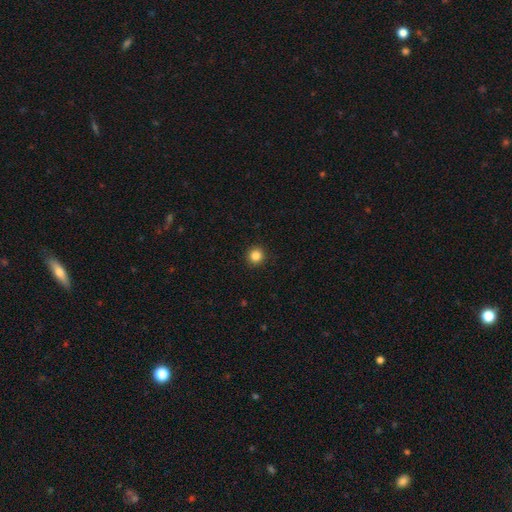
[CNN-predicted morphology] The model was most divided on "smooth or featured": smooth: 85%, star or artifact: 11%, featured or disk: 4%. More confident: how rounded — round (94%); merging — none (93%).